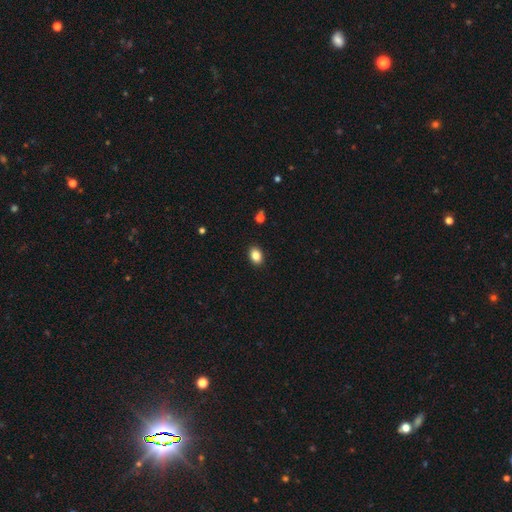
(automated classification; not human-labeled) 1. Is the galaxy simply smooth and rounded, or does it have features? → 85% smooth, 9% star or artifact, 6% featured or disk.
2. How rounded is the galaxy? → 73% in between, 26% round, 1% cigar-shaped.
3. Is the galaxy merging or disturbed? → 90% none, 7% minor disturbance, 2% major disturbance, 1% merger.